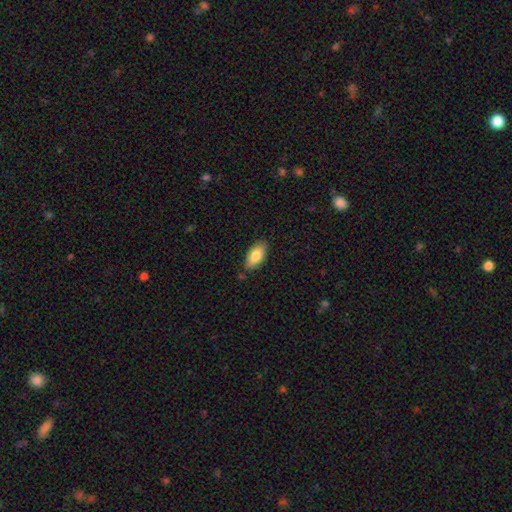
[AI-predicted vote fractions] smooth 83%, featured or disk 10%, star or artifact 7%. Down the decision tree: how rounded — in between (91%); merging — none (81%).